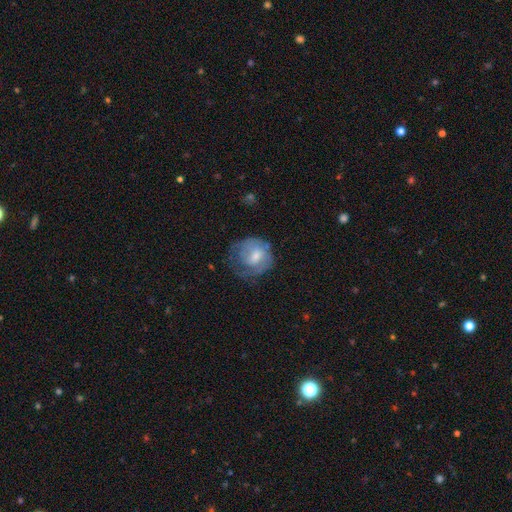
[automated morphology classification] Smooth or featured?
  - featured or disk: 47% *
  - smooth: 46%
  - star or artifact: 7%
Merging?
  - none: 43% *
  - minor disturbance: 28%
  - major disturbance: 27%
  - merger: 2%